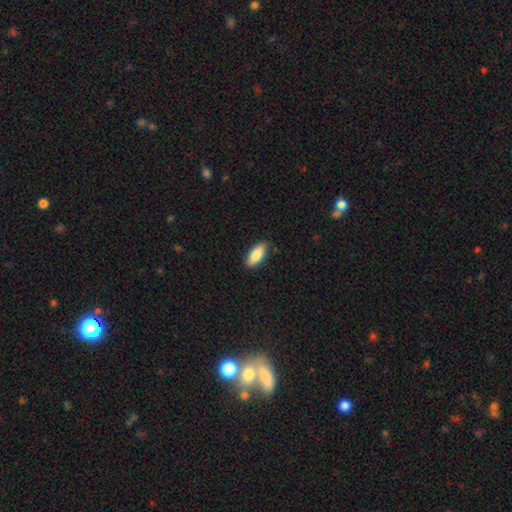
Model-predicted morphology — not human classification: smooth 85%, featured or disk 9%, star or artifact 6%. Down the decision tree: how rounded — in between (77%); merging — none (85%).